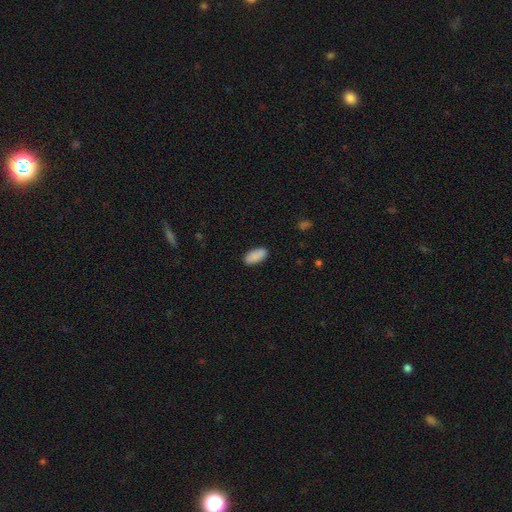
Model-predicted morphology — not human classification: The model was most divided on "merging": none: 89%, minor disturbance: 8%, major disturbance: 2%, merger: 1%. More confident: how rounded — in between (91%); smooth or featured — smooth (90%).